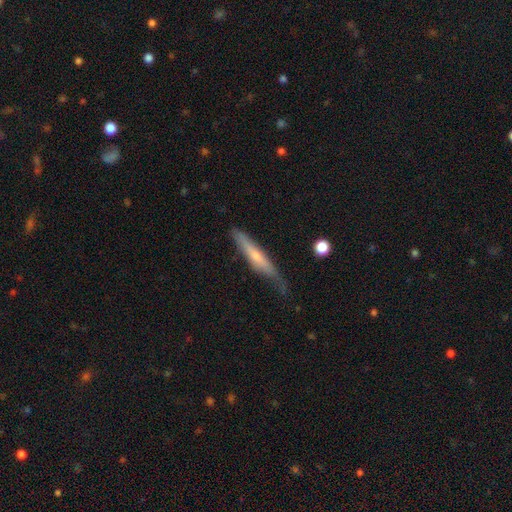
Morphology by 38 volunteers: Smooth or featured? featured or disk (74%)
Edge-on disk? yes (93%)
Edge-on bulge? rounded (85%)
Merging? none (67%)